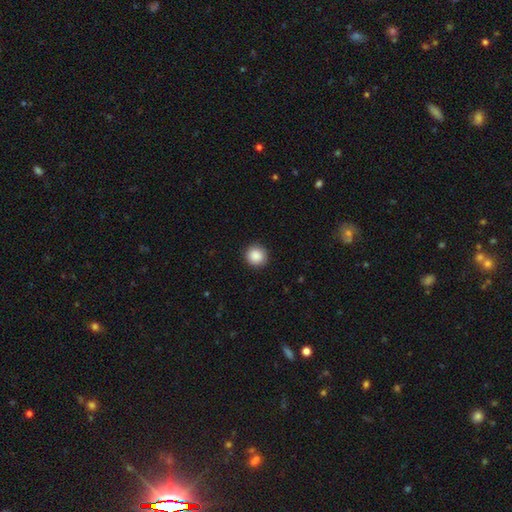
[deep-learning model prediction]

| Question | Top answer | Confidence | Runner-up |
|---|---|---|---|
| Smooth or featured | smooth | 89% | star or artifact (8%) |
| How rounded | round | 94% | in between (5%) |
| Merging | none | 91% | minor disturbance (6%) |